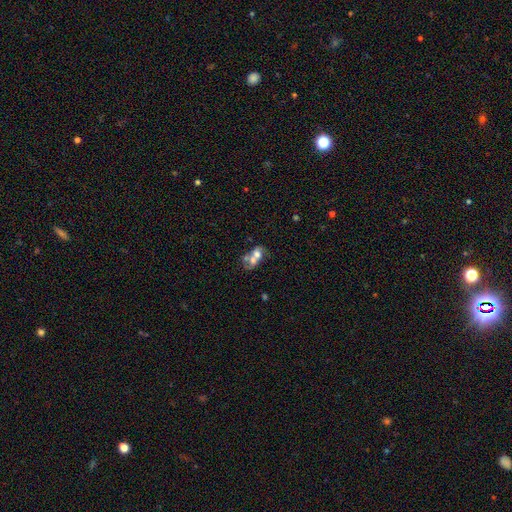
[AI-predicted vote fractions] Smooth or featured?
  - smooth: 46% *
  - featured or disk: 42%
  - star or artifact: 12%
Merging?
  - merger: 69% *
  - none: 15%
  - major disturbance: 9%
  - minor disturbance: 7%